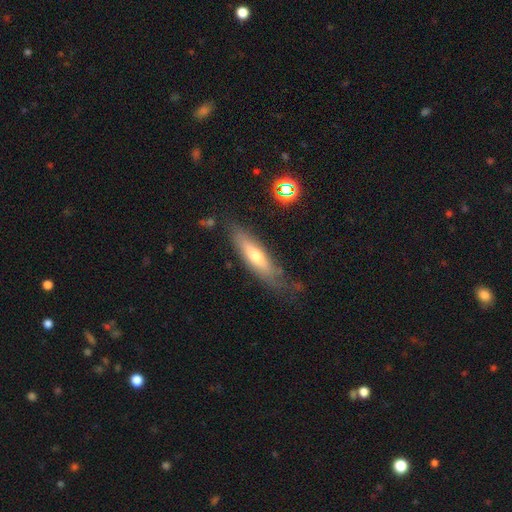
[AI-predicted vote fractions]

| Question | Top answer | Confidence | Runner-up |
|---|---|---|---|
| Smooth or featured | smooth | 49% | featured or disk (43%) |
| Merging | none | 65% | minor disturbance (23%) |